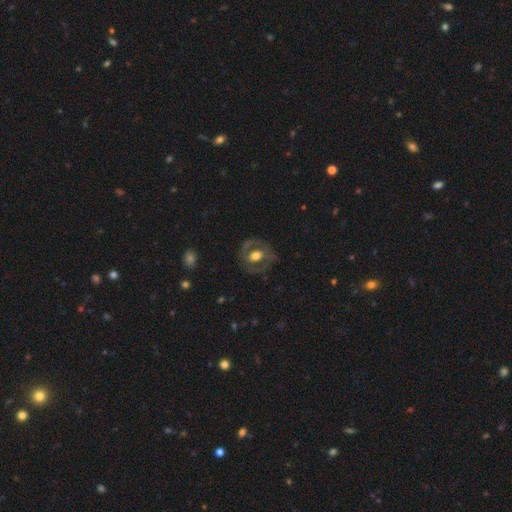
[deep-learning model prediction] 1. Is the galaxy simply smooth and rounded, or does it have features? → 59% featured or disk, 34% smooth, 7% star or artifact.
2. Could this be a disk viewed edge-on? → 95% no, 5% yes.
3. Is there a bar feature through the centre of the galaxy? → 61% no, 26% weak, 12% strong.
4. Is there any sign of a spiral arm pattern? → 64% no, 36% yes.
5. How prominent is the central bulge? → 60% moderate, 29% large, 7% small, 2% dominant, 1% none.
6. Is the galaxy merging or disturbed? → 71% none, 16% minor disturbance, 11% major disturbance, 1% merger.